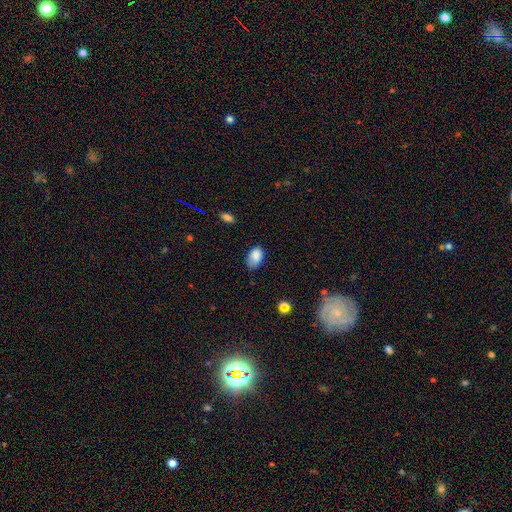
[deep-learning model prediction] Overall: smooth (85%). How rounded: in between (89%). Merging: none (59%; minor disturbance 32%).